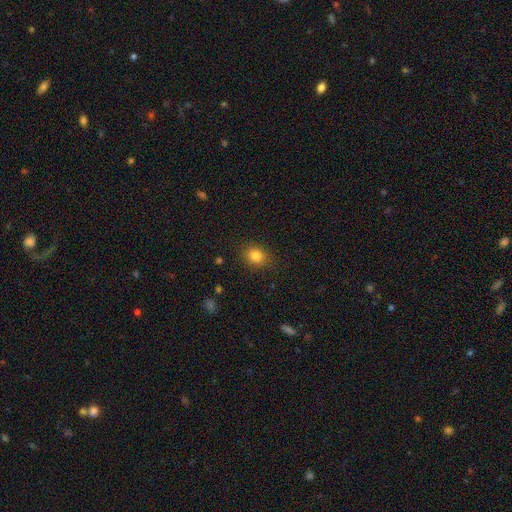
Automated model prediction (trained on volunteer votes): A smooth galaxy with no disk features (83%) that is round (62%).

Vote fractions:
- Smooth or featured? smooth: 83% / star or artifact: 11% / featured or disk: 6%
- How rounded? round: 62% / in between: 37% / cigar-shaped: 1%
- Merging? none: 85% / minor disturbance: 10% / major disturbance: 3% / merger: 1%